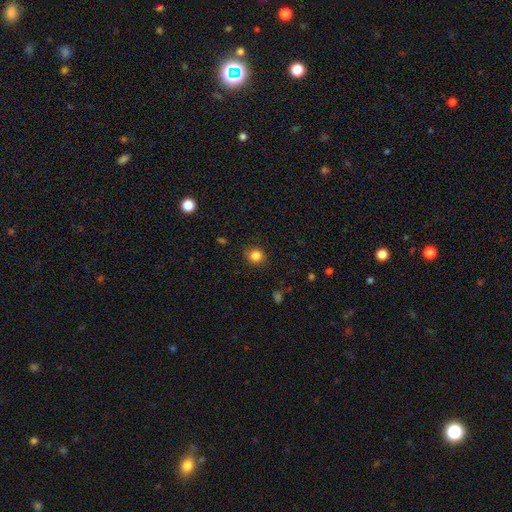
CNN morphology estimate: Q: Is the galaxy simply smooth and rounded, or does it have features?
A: smooth — 84%.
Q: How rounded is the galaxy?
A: round — 83%.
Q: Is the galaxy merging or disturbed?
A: none — 85%.